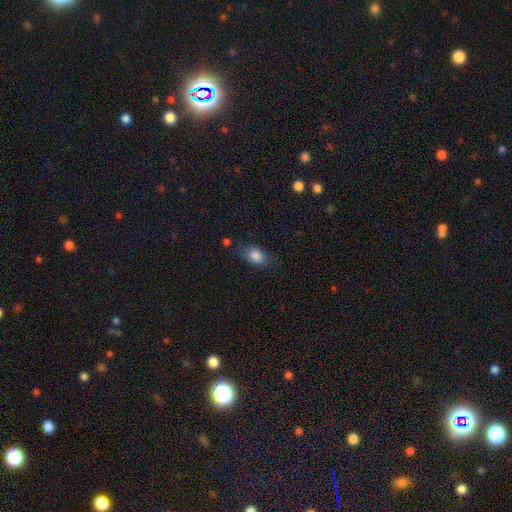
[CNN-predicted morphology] A smooth galaxy with no disk features (82%) that is in between round and cigar-shaped (80%).

Vote fractions:
- Smooth or featured? smooth: 82% / featured or disk: 9% / star or artifact: 9%
- How rounded? in between: 80% / round: 17% / cigar-shaped: 4%
- Merging? none: 71% / minor disturbance: 20% / major disturbance: 6% / merger: 3%